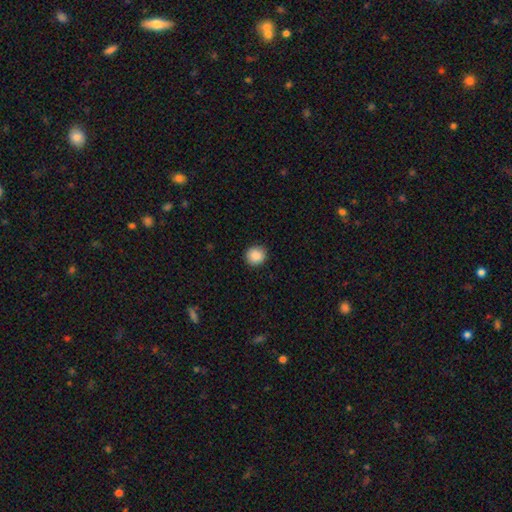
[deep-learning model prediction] A smooth galaxy with no disk features (88%) that is round (91%). Merging: none (90%).